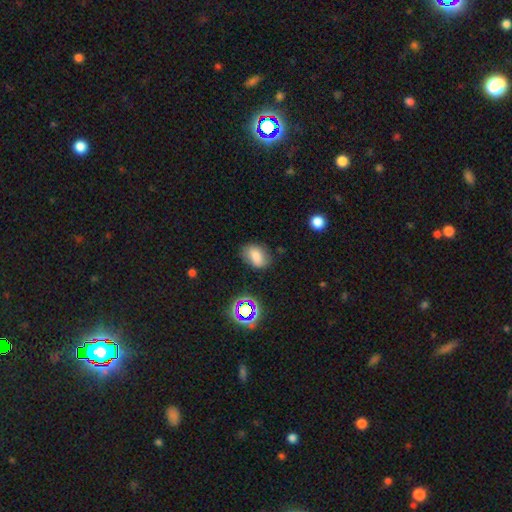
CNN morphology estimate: Smooth or featured? Predicted: smooth (p=0.75). How rounded? Predicted: in between (p=0.78). Merging? Predicted: none (p=0.71).